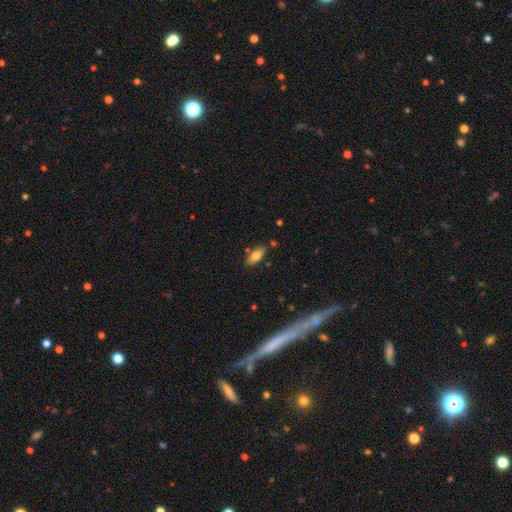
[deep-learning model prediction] Smooth or featured: smooth — 73% (featured or disk — 20%)
How rounded: in between — 80% (cigar-shaped — 17%)
Merging: none — 81% (minor disturbance — 13%)